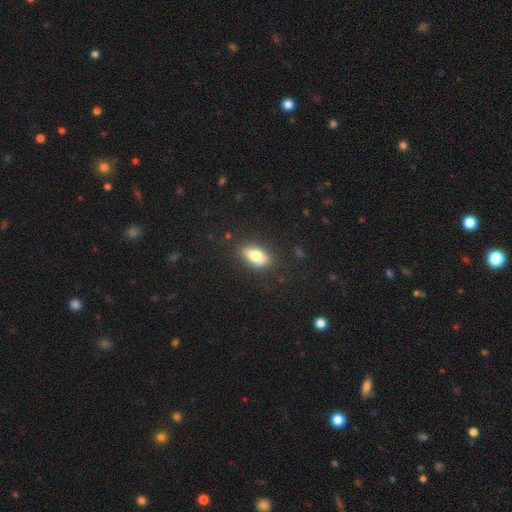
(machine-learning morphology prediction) Smooth or featured? smooth (74%)
How rounded? in between (85%)
Merging? none (80%)